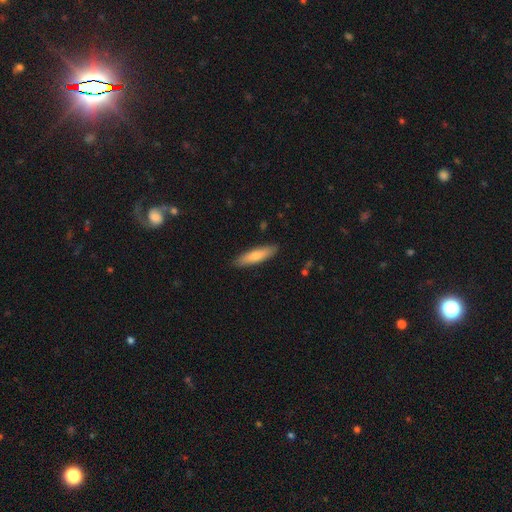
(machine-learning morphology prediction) smooth 76%, featured or disk 19%, star or artifact 5%. Down the decision tree: how rounded — cigar-shaped (74%); merging — none (88%).